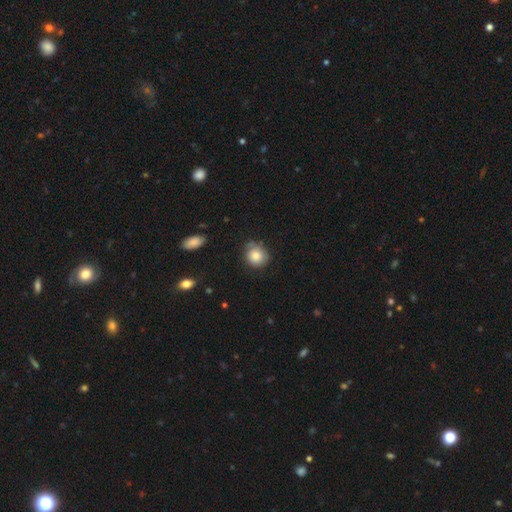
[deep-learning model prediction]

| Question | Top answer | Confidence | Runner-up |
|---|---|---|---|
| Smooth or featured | smooth | 80% | featured or disk (11%) |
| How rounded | round | 81% | in between (18%) |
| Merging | none | 68% | minor disturbance (24%) |